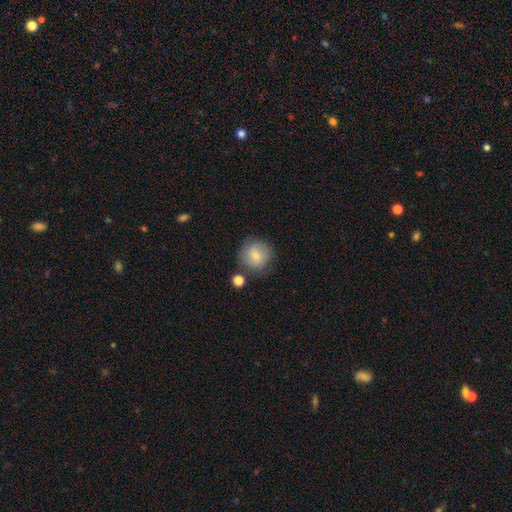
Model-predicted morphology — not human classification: Smooth or featured: smooth — 71% (featured or disk — 21%)
How rounded: round — 91% (in between — 8%)
Merging: none — 72% (minor disturbance — 17%)